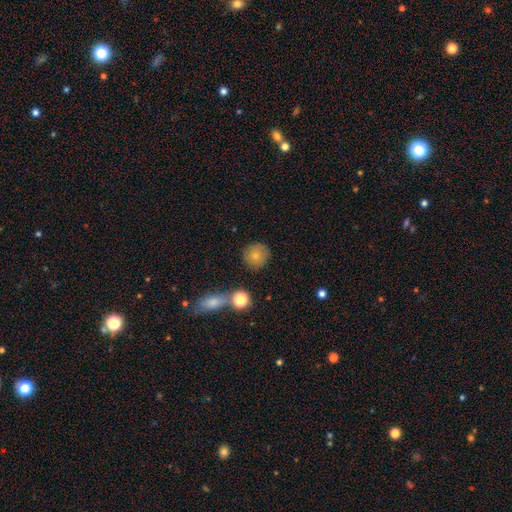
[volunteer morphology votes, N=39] Q: Smooth or featured?
A: smooth (85%); runner-up: star or artifact (13%)
Q: How rounded?
A: round (91%); runner-up: in between (9%)
Q: Merging?
A: none (74%); runner-up: minor disturbance (15%)